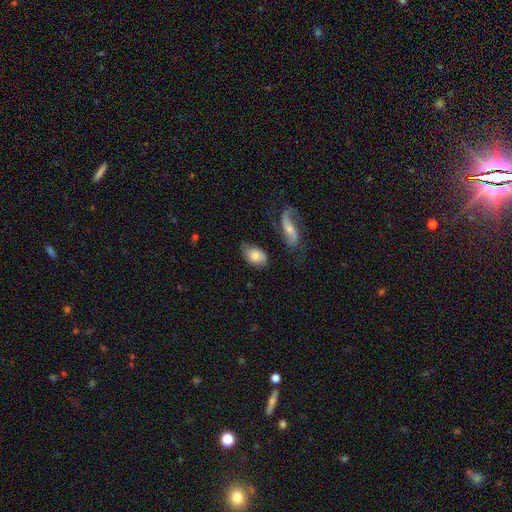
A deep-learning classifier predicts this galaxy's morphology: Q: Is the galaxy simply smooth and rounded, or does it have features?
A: smooth — 70%.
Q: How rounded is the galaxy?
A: in between — 88%.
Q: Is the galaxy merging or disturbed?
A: none — 60%.